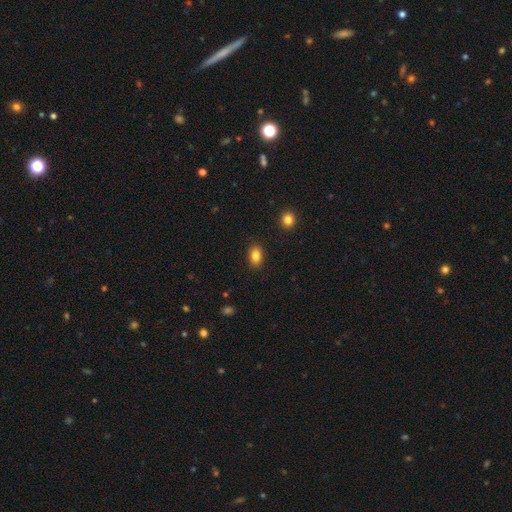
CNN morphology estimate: Smooth or featured? smooth (84%)
How rounded? in between (83%)
Merging? none (88%)